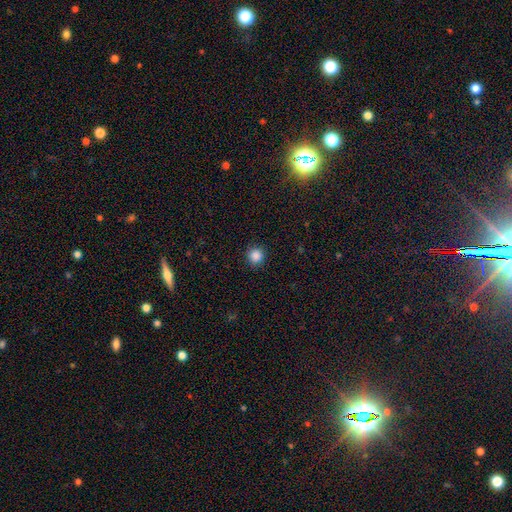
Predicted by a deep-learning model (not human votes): Smooth or featured? smooth (87%)
How rounded? round (94%)
Merging? none (91%)